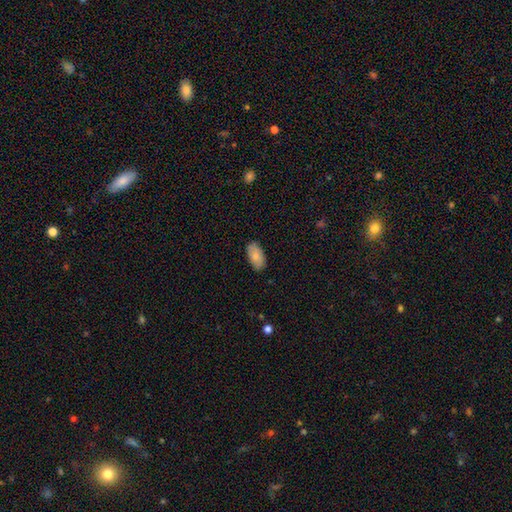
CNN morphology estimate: smooth 82%, featured or disk 12%, star or artifact 6%. Down the decision tree: how rounded — in between (95%); merging — none (83%).